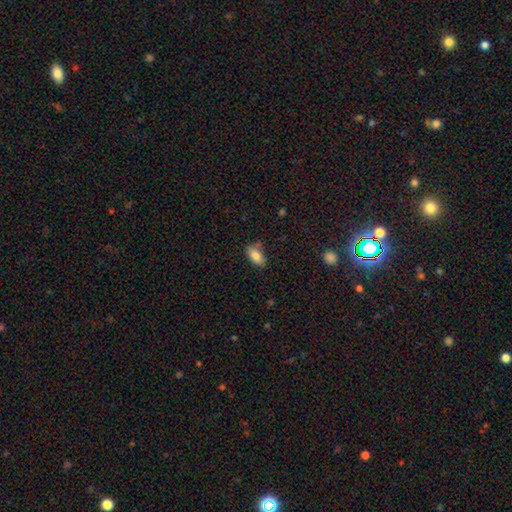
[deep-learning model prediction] Smooth or featured?
  - smooth: 84% *
  - featured or disk: 8%
  - star or artifact: 8%
How rounded?
  - in between: 90% *
  - cigar-shaped: 7%
  - round: 3%
Merging?
  - none: 71% *
  - minor disturbance: 19%
  - merger: 5%
  - major disturbance: 4%